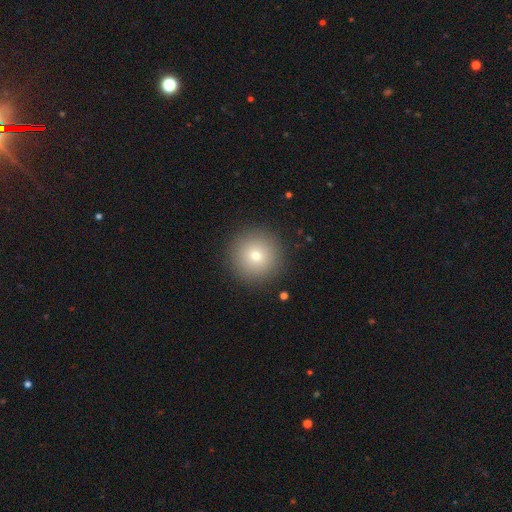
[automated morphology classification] Smooth or featured? Predicted: smooth (p=0.74). How rounded? Predicted: round (p=0.96). Merging? Predicted: none (p=0.92).